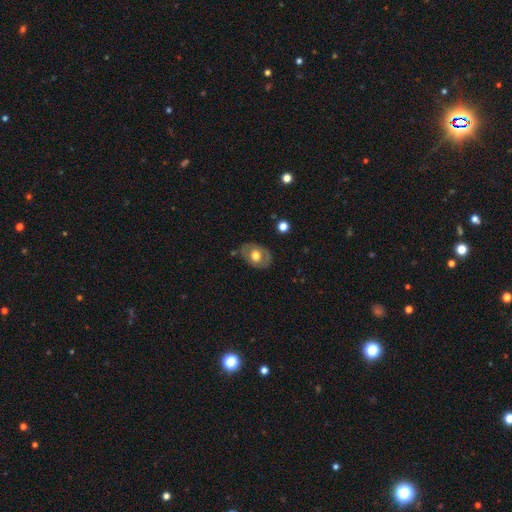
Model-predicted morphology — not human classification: Smooth or featured: smooth — 52% (featured or disk — 41%)
How rounded: in between — 69% (round — 30%)
Merging: none — 73% (minor disturbance — 19%)